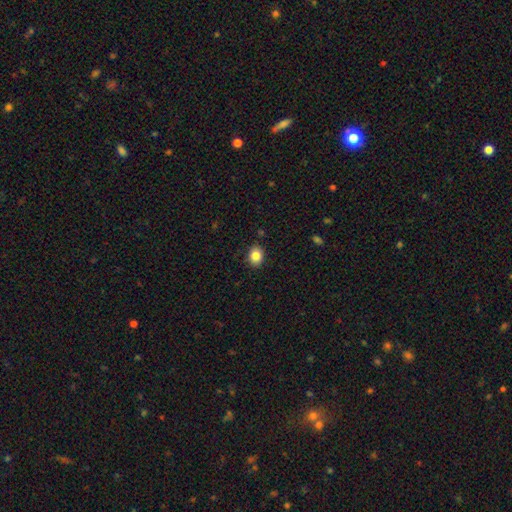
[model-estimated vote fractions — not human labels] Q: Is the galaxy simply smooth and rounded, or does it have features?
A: smooth — 85%.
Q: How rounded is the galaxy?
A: in between — 54%.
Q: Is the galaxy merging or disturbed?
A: none — 88%.